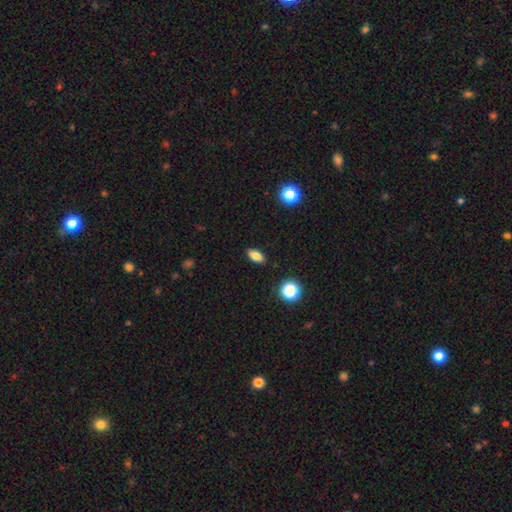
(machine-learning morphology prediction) Smooth or featured? smooth (81%)
How rounded? in between (84%)
Merging? none (89%)